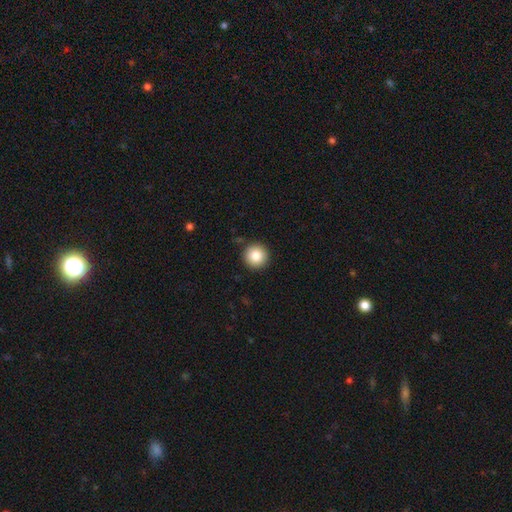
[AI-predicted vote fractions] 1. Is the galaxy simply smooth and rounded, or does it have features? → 85% smooth, 9% star or artifact, 6% featured or disk.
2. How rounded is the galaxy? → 96% round, 3% in between, 1% cigar-shaped.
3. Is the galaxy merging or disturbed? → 91% none, 6% minor disturbance, 2% major disturbance, 1% merger.